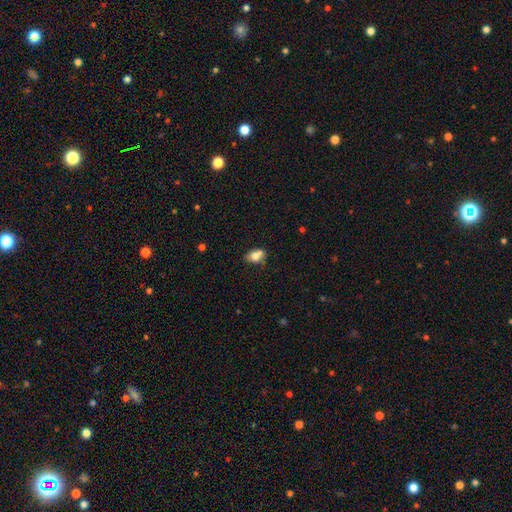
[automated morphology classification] type=smooth (75%); roundness=in between (74%); merging=none (49%).